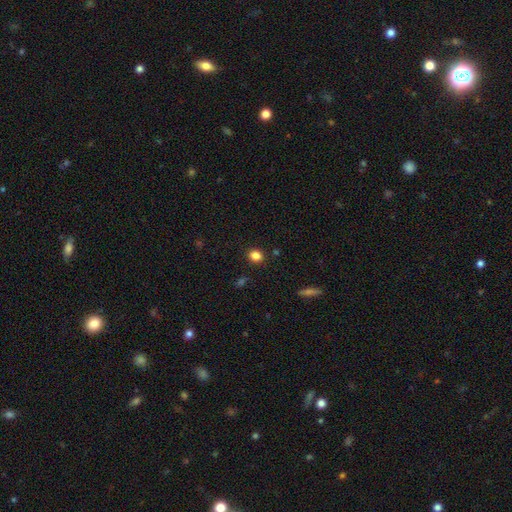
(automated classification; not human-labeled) Smooth or featured? Predicted: smooth (p=0.83). How rounded? Predicted: round (p=0.71). Merging? Predicted: none (p=0.89).